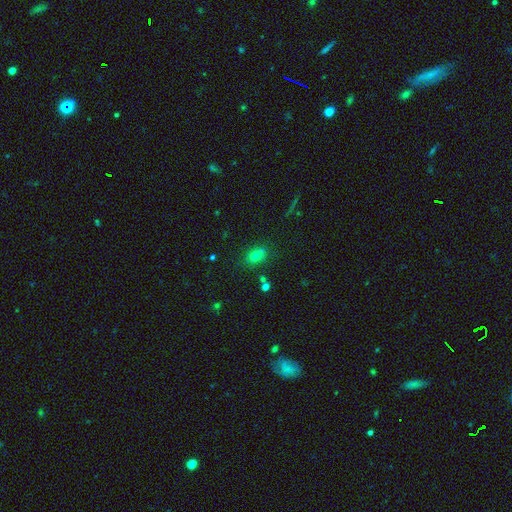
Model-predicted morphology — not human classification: A smooth galaxy with no disk features (70%) that is in between round and cigar-shaped (58%).

Vote fractions:
- Smooth or featured? smooth: 70% / star or artifact: 19% / featured or disk: 11%
- How rounded? in between: 58% / round: 40% / cigar-shaped: 2%
- Merging? none: 74% / minor disturbance: 14% / merger: 8% / major disturbance: 4%